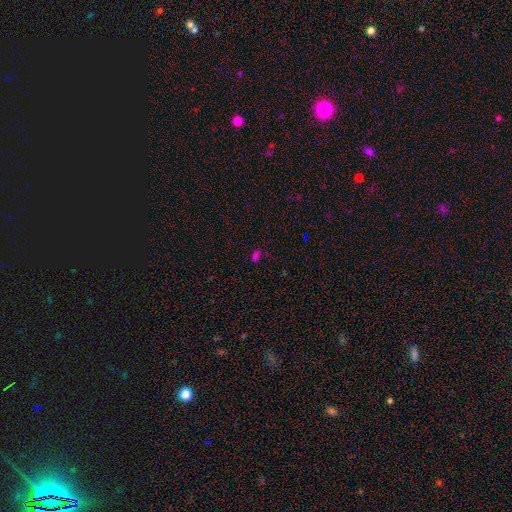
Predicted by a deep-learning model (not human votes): The model was most divided on "smooth or featured": smooth: 60%, star or artifact: 34%, featured or disk: 6%. More confident: how rounded — in between (84%); merging — none (65%).